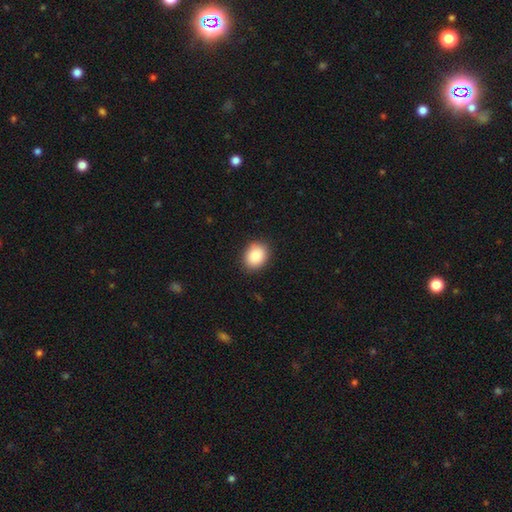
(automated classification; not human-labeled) This appears to be a smooth galaxy with no disk features (88%) that is round (50%). Merging: none (88%).